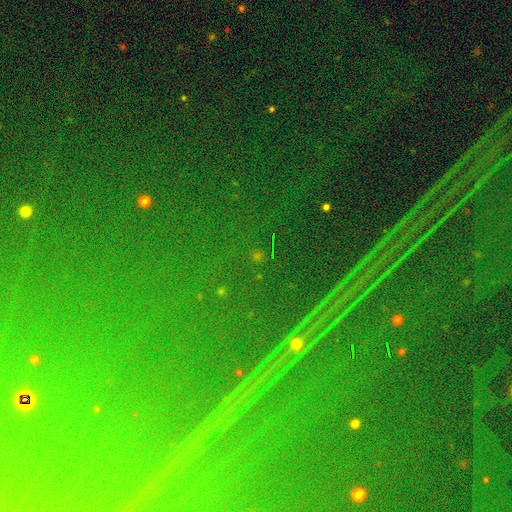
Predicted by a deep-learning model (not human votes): Smooth or featured?
  - star or artifact: 87% *
  - featured or disk: 7%
  - smooth: 6%